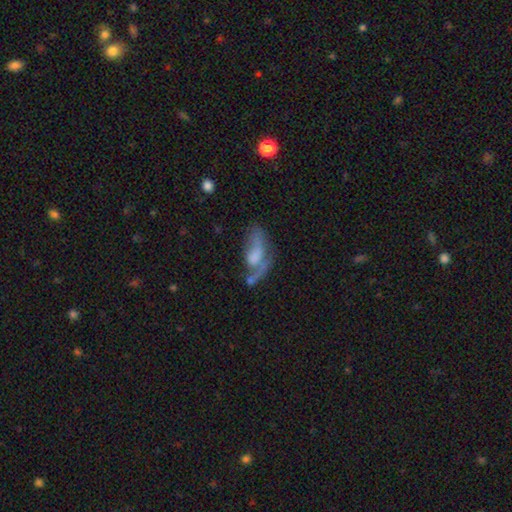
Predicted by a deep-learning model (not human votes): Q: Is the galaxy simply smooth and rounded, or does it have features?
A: smooth — 45%.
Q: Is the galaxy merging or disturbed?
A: major disturbance — 35%.